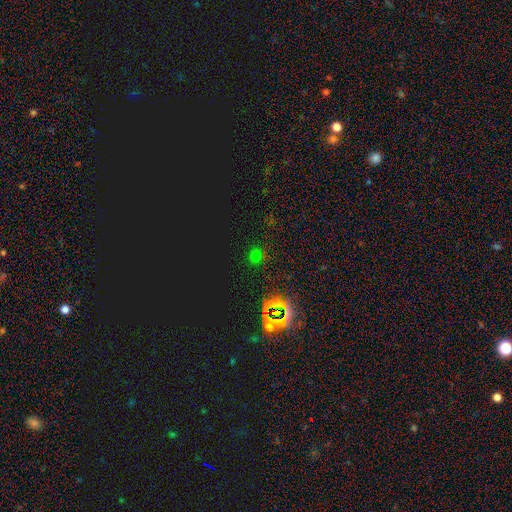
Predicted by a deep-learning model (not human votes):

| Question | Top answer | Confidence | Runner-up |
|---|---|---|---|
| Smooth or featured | star or artifact | 58% | smooth (37%) |